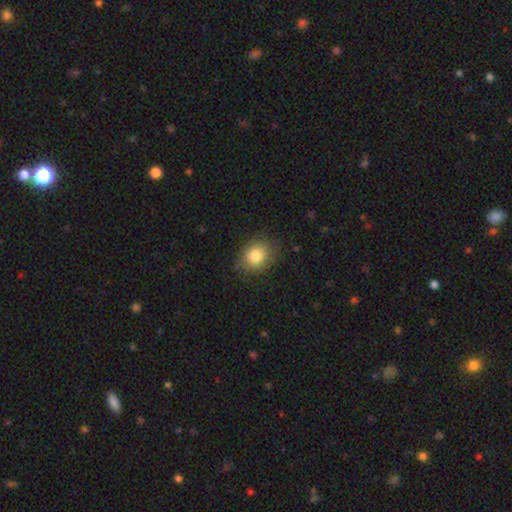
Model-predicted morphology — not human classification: type=smooth (83%); roundness=round (60%); merging=none (79%).